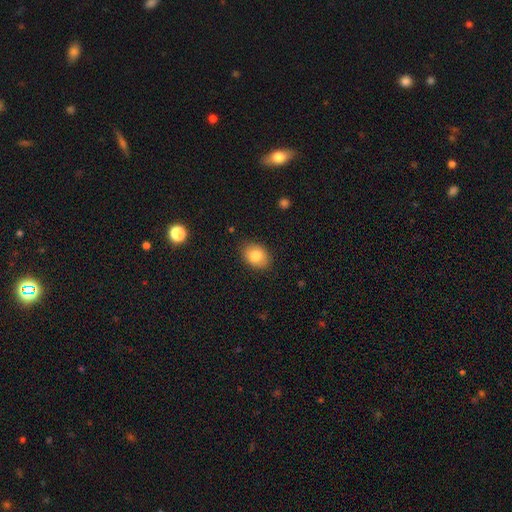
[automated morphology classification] A smooth galaxy with no disk features (81%) that is in between round and cigar-shaped (67%).

Vote fractions:
- Smooth or featured? smooth: 81% / featured or disk: 11% / star or artifact: 8%
- How rounded? in between: 67% / round: 32% / cigar-shaped: 1%
- Merging? none: 87% / minor disturbance: 10% / major disturbance: 2% / merger: 1%